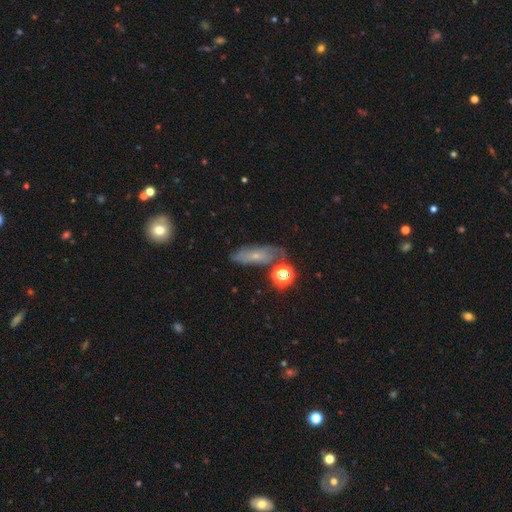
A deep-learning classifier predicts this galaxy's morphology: A smooth galaxy with no disk features (46%).

Vote fractions:
- Smooth or featured? smooth: 46% / featured or disk: 40% / star or artifact: 14%
- Merging? none: 58% / minor disturbance: 24% / major disturbance: 10% / merger: 8%